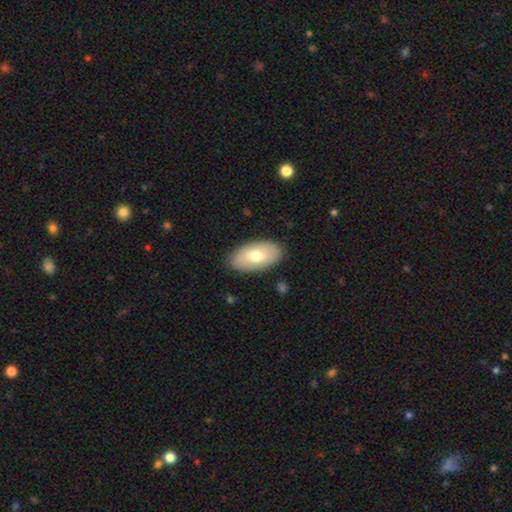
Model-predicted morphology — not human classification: Smooth or featured? Predicted: smooth (p=0.70). How rounded? Predicted: in between (p=0.95). Merging? Predicted: none (p=0.86).